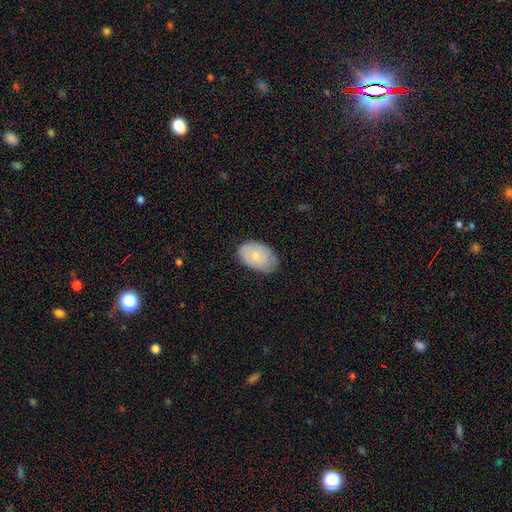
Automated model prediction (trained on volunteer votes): A smooth galaxy with no disk features (70%) that is in between round and cigar-shaped (89%). Merging: none (72%).